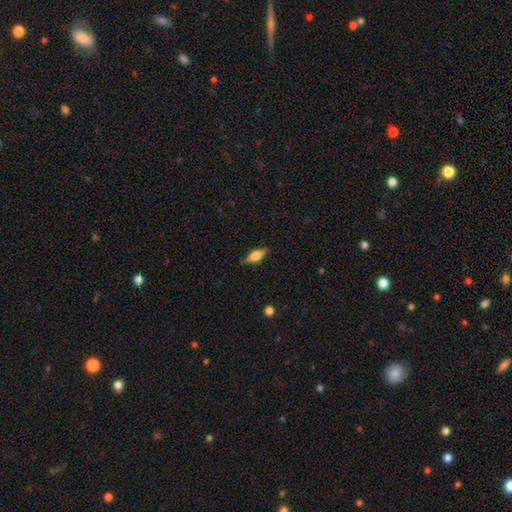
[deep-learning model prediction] A smooth galaxy with no disk features (53%) that is in between round and cigar-shaped (63%).

Vote fractions:
- Smooth or featured? smooth: 53% / featured or disk: 40% / star or artifact: 7%
- How rounded? in between: 63% / cigar-shaped: 33% / round: 4%
- Merging? none: 85% / minor disturbance: 12% / major disturbance: 2% / merger: 1%